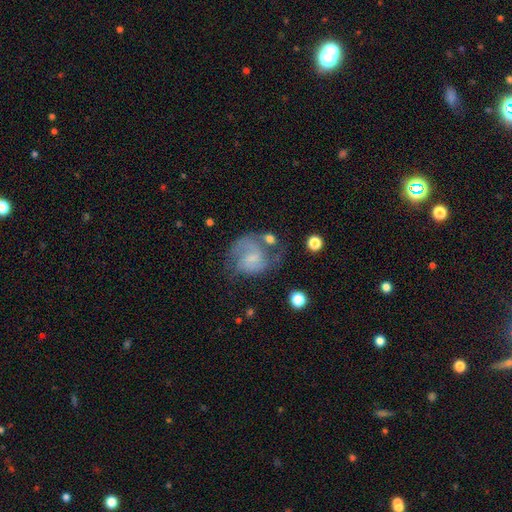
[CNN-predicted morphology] This is likely a featured or disk galaxy (70%). It is clearly not viewed edge-on (98%). Bar: possibly weak (48%). Spiral arm pattern: clearly yes (89%). Spiral arm count: likely 2 (69%). Spiral winding: possibly medium (48%). Central bulge: possibly small (45%). Merging: possibly none (50%).